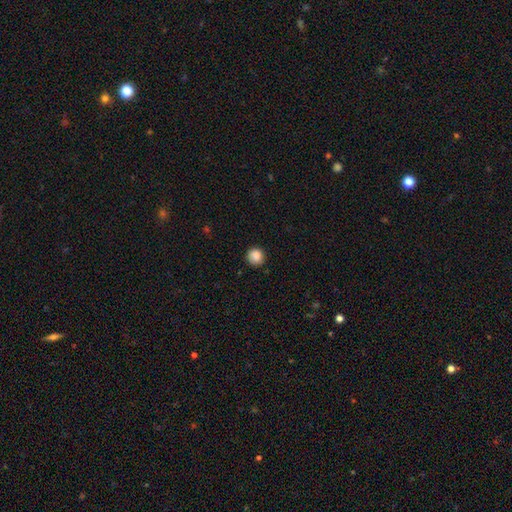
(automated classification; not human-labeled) Smooth or featured? Predicted: smooth (p=0.86). How rounded? Predicted: round (p=0.93). Merging? Predicted: none (p=0.87).